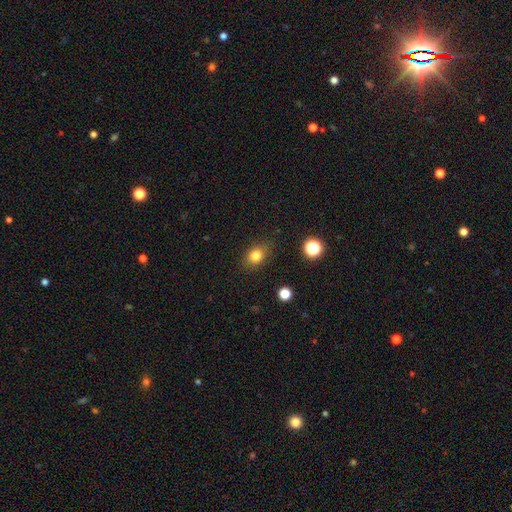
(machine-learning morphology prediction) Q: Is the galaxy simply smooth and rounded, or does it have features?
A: smooth — 81%.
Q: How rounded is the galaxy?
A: in between — 53%.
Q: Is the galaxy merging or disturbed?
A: none — 82%.